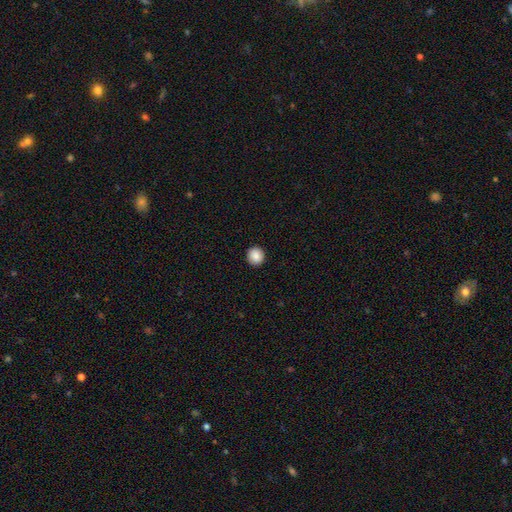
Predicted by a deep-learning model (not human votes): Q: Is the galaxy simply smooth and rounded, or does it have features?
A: smooth — 88%.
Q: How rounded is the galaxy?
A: round — 91%.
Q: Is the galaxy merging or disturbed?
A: none — 92%.